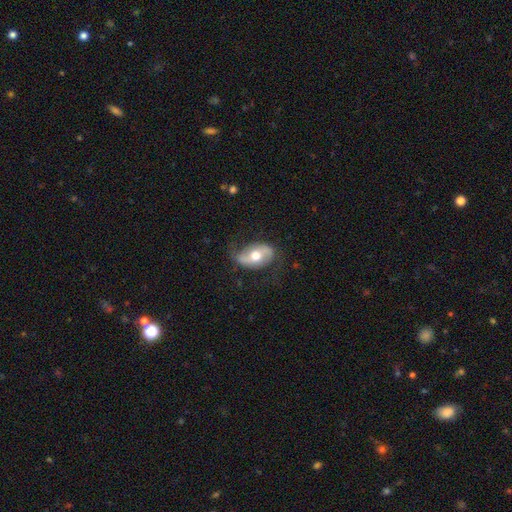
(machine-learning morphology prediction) type=featured or disk (61%); edge-on=no (92%); bar=no (49%); spiral arms=yes (76%); bulge=moderate (74%); merging=none (66%).